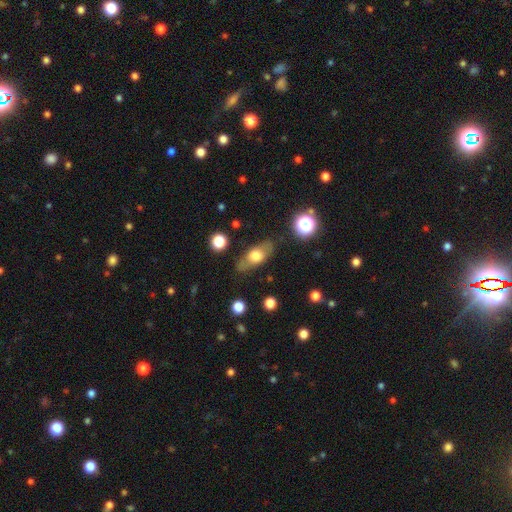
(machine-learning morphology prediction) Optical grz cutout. It shows a smooth galaxy with no disk features (60%) that is in between round and cigar-shaped (75%). Merging: none (74%).